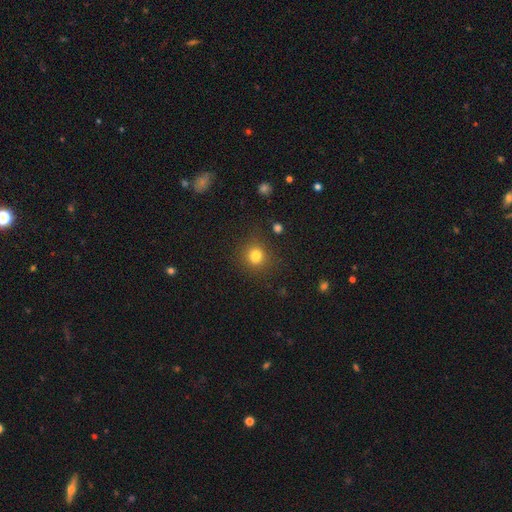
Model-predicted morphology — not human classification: A smooth galaxy with no disk features (81%) that is round (84%).

Vote fractions:
- Smooth or featured? smooth: 81% / star or artifact: 14% / featured or disk: 6%
- How rounded? round: 84% / in between: 15% / cigar-shaped: 1%
- Merging? none: 83% / minor disturbance: 10% / major disturbance: 4% / merger: 3%